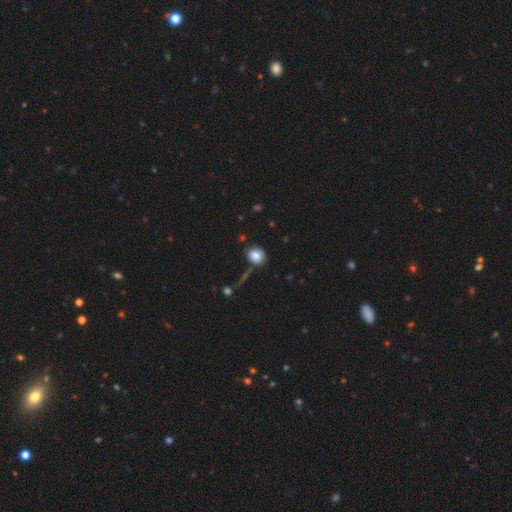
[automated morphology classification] type=smooth (83%); roundness=round (66%); merging=none (78%).